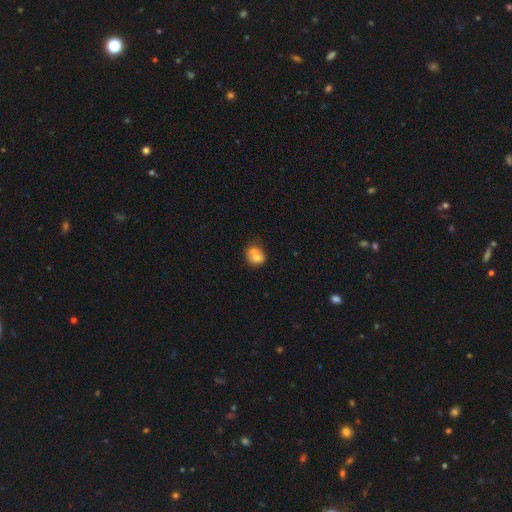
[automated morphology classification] This is likely a smooth galaxy (68%). How rounded: likely round (64%). Merging: possibly merger (56%).